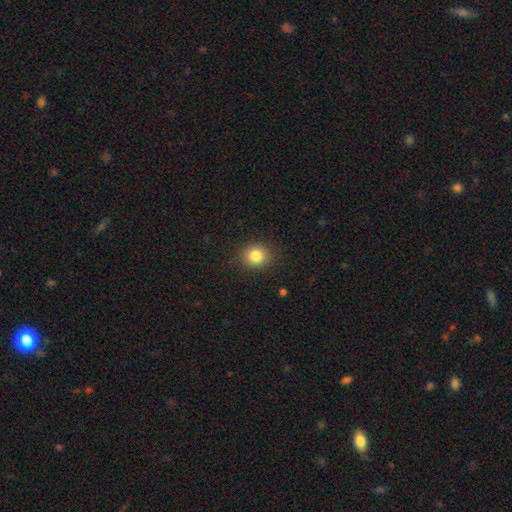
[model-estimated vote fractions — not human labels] This is clearly a smooth galaxy (83%). How rounded: clearly round (82%). Merging: clearly none (89%).